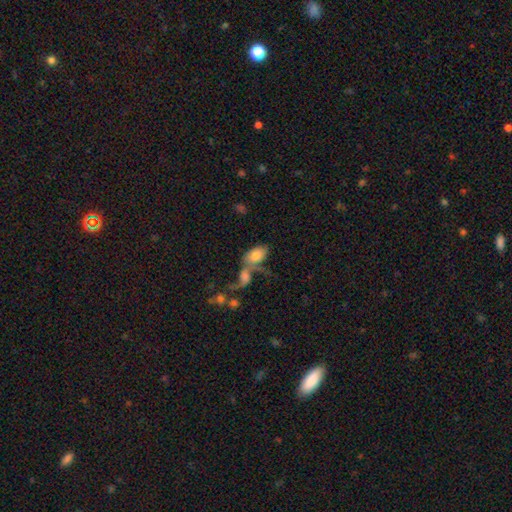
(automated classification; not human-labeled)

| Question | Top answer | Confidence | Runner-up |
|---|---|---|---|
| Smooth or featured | smooth | 71% | featured or disk (20%) |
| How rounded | in between | 91% | round (7%) |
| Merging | merger | 61% | none (20%) |